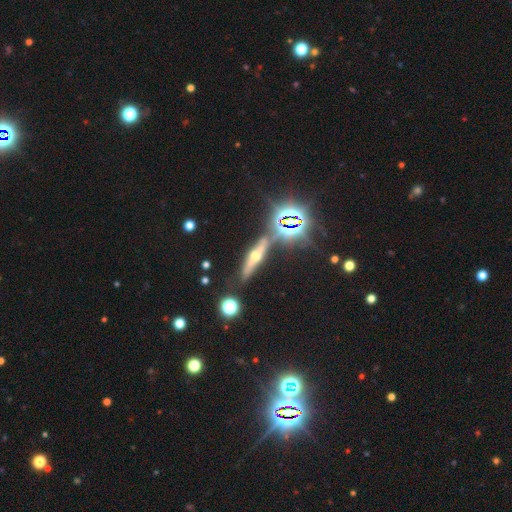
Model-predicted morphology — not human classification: This is possibly a featured or disk galaxy (48%). Merging: likely none (74%).